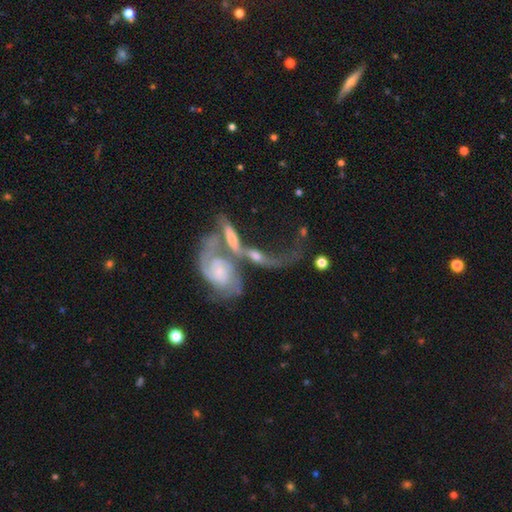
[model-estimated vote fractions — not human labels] This is likely a featured or disk galaxy (71%). It is clearly not viewed edge-on (85%). Bar: likely no (68%). Spiral arm pattern: clearly yes (84%). Spiral arm count: likely 2 (67%). Spiral winding: possibly loose (59%). Central bulge: possibly small (56%). Merging: likely merger (69%).